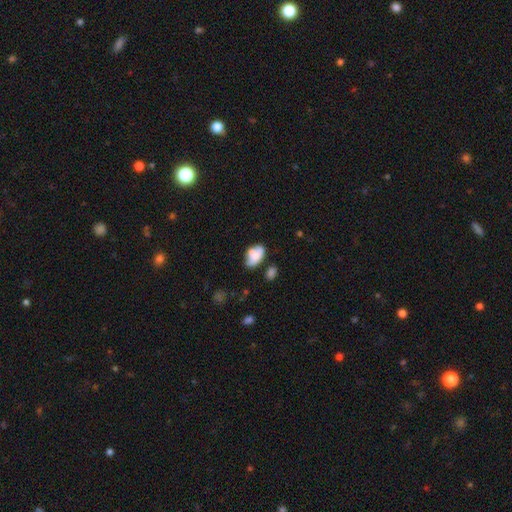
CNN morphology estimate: smooth_or_featured: smooth (p=0.72) [alt: featured or disk p=0.20]
how_rounded: in between (p=0.89) [alt: round p=0.08]
merging: none (p=0.41) [alt: merger p=0.25]